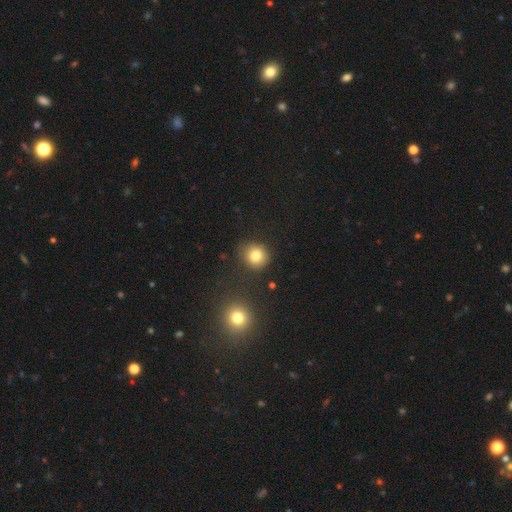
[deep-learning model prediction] smooth-or-featured: smooth: 82% | star or artifact: 12% | featured or disk: 6%
  how-rounded: round: 87% | in between: 12% | cigar-shaped: 1%
  merging: none: 83% | minor disturbance: 10% | merger: 4% | major disturbance: 3%